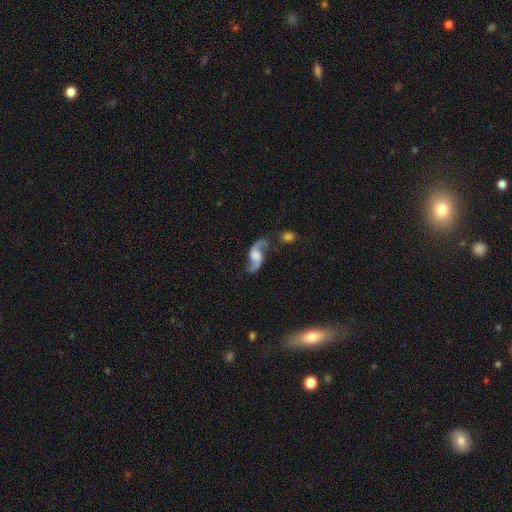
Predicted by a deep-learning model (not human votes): smooth-or-featured: featured or disk: 88% | smooth: 7% | star or artifact: 5%
  disk-edge-on: no: 96% | yes: 4%
    bar: no: 57% | weak: 34% | strong: 9%
    has-spiral-arms: yes: 97% | no: 3%
      spiral-winding: loose: 75% | medium: 21% | tight: 4%
      spiral-arm-count: 2: 94% | 1: 2% | can't tell: 2% | 3: 1% | 4: 1% | more than 4: 1%
    bulge-size: moderate: 36% | large: 28% | none: 17% | small: 16% | dominant: 3%
  merging: none: 70% | minor disturbance: 15% | merger: 8% | major disturbance: 7%